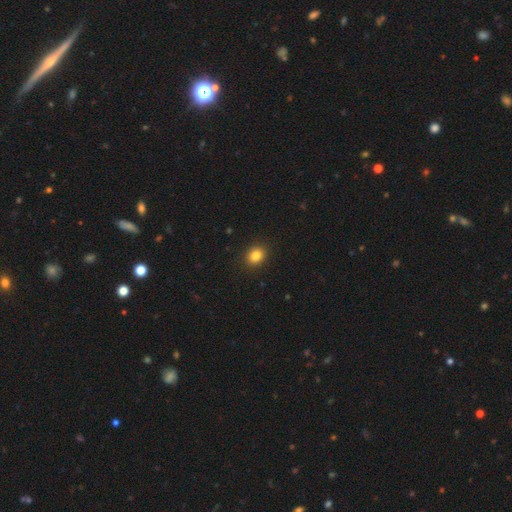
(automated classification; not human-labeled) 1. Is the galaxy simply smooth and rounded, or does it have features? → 84% smooth, 11% star or artifact, 5% featured or disk.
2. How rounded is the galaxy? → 62% round, 37% in between, 1% cigar-shaped.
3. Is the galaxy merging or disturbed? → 91% none, 6% minor disturbance, 2% major disturbance, 1% merger.